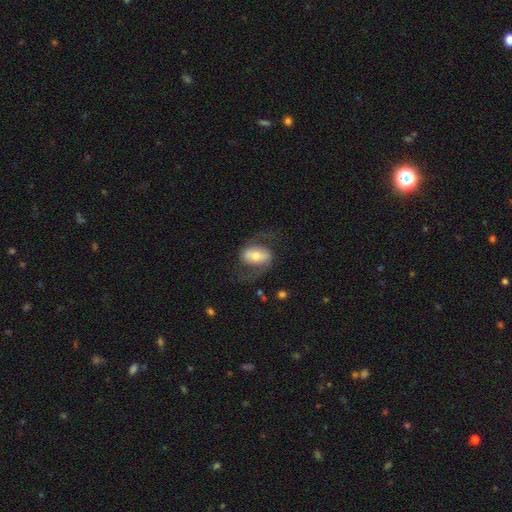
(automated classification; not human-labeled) A featured or disk galaxy (67%) with a strong bar (36%), 2 (90%) loose (47%) spiral arms (84%) and a moderate central bulge (62%). Merging: none (63%).